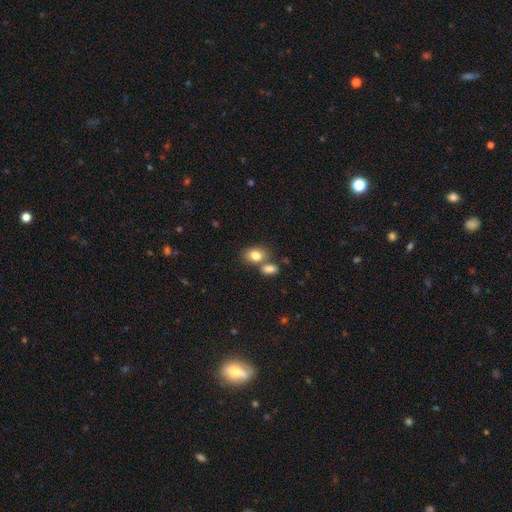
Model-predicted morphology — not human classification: Smooth or featured? smooth (82%)
How rounded? in between (73%)
Merging? none (53%)